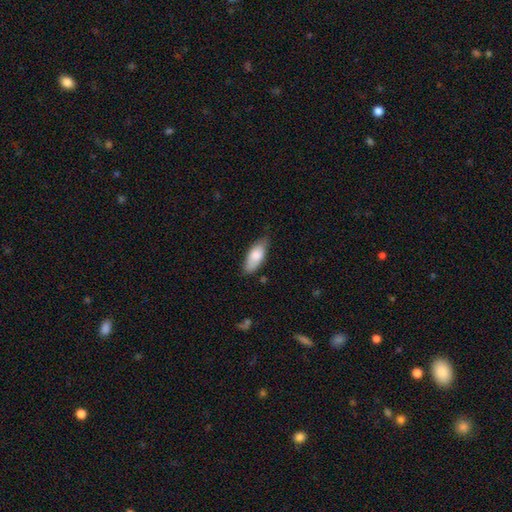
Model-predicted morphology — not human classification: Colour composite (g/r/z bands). It shows a smooth galaxy with no disk features (81%) that is in between round and cigar-shaped (81%). Merging: none (72%).